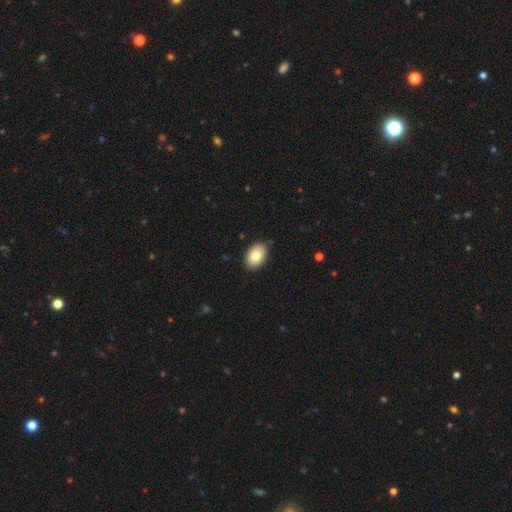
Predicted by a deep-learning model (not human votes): Q: Smooth or featured?
A: smooth (81%); runner-up: featured or disk (12%)
Q: How rounded?
A: in between (85%); runner-up: round (14%)
Q: Merging?
A: none (88%); runner-up: minor disturbance (9%)